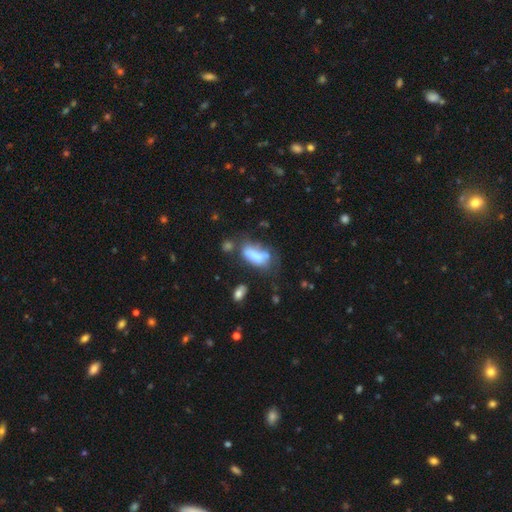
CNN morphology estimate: type=smooth (63%); roundness=in between (78%); merging=none (28%).